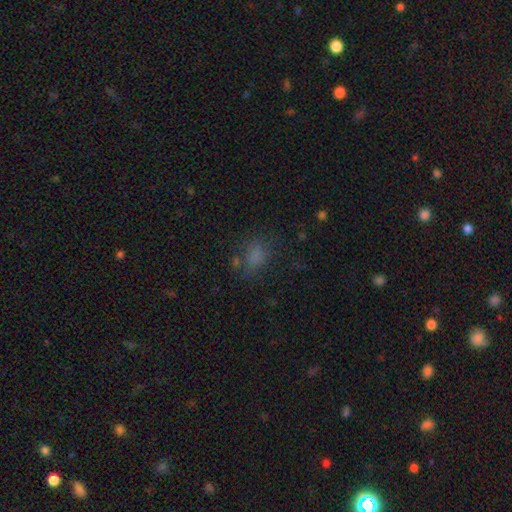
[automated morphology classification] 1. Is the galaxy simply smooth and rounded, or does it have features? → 71% smooth, 19% star or artifact, 10% featured or disk.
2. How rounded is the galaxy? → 66% in between, 32% round, 2% cigar-shaped.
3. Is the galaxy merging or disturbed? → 61% none, 20% minor disturbance, 13% major disturbance, 6% merger.